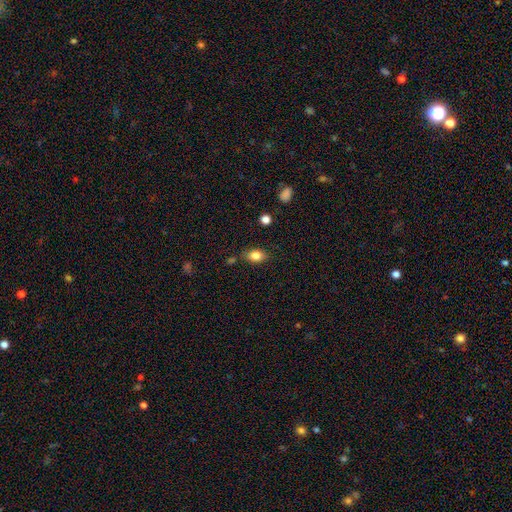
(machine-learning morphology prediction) Smooth or featured? smooth (82%)
How rounded? in between (82%)
Merging? none (79%)